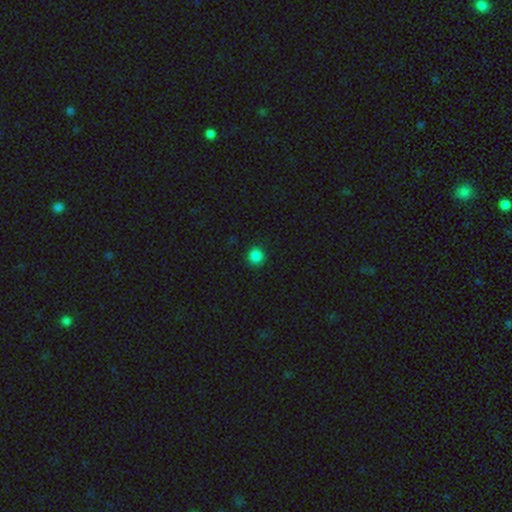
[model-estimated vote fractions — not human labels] Smooth or featured: smooth — 85% (star or artifact — 13%)
How rounded: round — 93% (in between — 6%)
Merging: none — 91% (minor disturbance — 6%)